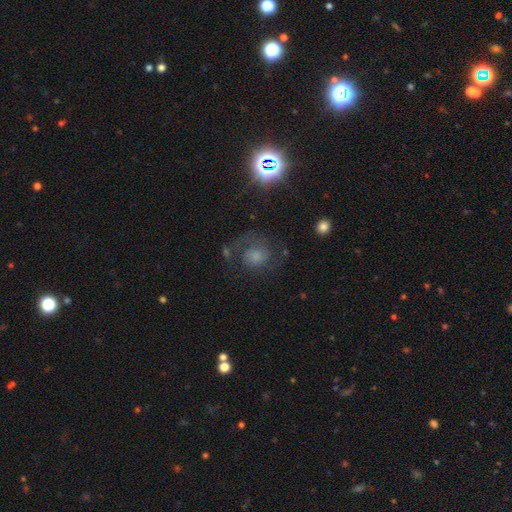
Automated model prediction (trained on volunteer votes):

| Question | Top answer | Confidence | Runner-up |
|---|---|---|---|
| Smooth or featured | featured or disk | 59% | smooth (25%) |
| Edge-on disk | no | 97% | yes (3%) |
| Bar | no | 72% | weak (23%) |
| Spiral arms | yes | 89% | no (11%) |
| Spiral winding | medium | 48% | tight (27%) |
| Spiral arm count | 2 | 68% | 1 (16%) |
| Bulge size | moderate | 29% | large (23%) |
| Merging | none | 60% | major disturbance (20%) |